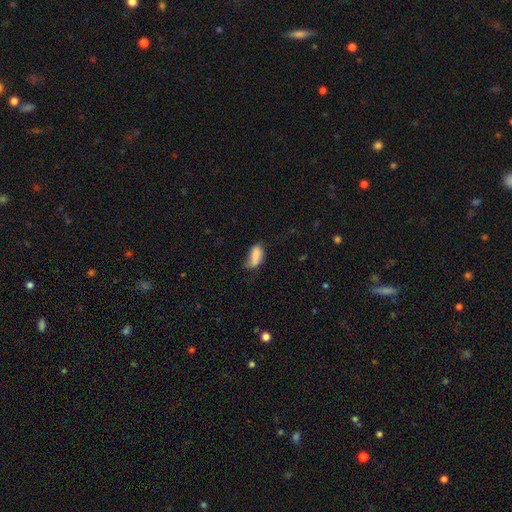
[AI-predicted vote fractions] Morphology: type=smooth (80%); roundness=in between (87%); merging=none (40%).